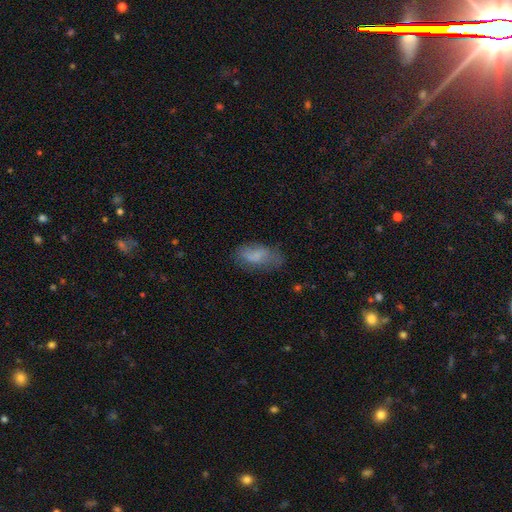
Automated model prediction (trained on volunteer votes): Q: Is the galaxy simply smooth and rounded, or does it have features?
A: smooth — 72%.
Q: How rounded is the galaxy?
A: in between — 90%.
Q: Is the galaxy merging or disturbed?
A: none — 56%.